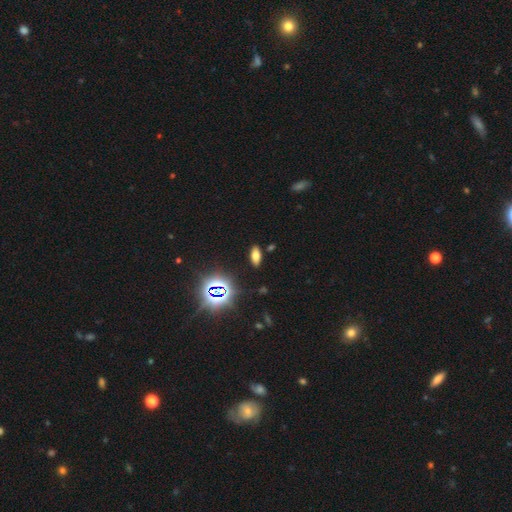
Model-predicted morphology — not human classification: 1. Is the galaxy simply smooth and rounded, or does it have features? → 63% smooth, 25% star or artifact, 11% featured or disk.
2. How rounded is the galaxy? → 81% in between, 14% cigar-shaped, 4% round.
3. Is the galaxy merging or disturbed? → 88% none, 8% minor disturbance, 2% major disturbance, 2% merger.